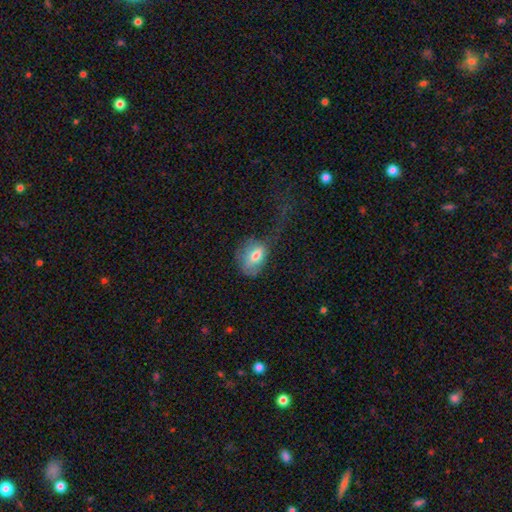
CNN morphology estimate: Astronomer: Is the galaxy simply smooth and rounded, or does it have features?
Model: smooth — 70%.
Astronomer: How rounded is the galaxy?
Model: in between — 74%.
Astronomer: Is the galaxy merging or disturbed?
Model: major disturbance — 37% (runner-up: none, 33%).